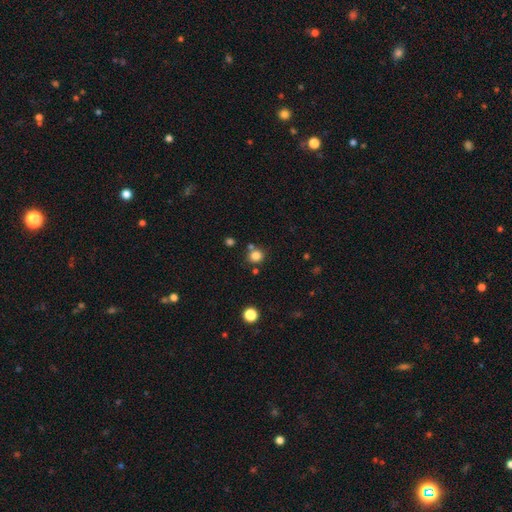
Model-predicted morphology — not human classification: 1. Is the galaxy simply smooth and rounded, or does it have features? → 82% smooth, 13% star or artifact, 5% featured or disk.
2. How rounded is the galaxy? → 88% round, 11% in between, 1% cigar-shaped.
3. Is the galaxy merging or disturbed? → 74% none, 13% merger, 10% minor disturbance, 3% major disturbance.